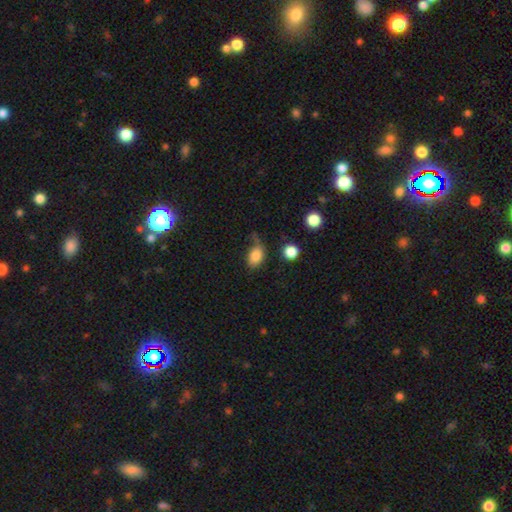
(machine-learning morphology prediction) Smooth or featured: smooth — 83% (star or artifact — 9%)
How rounded: in between — 80% (round — 18%)
Merging: none — 58% (minor disturbance — 24%)